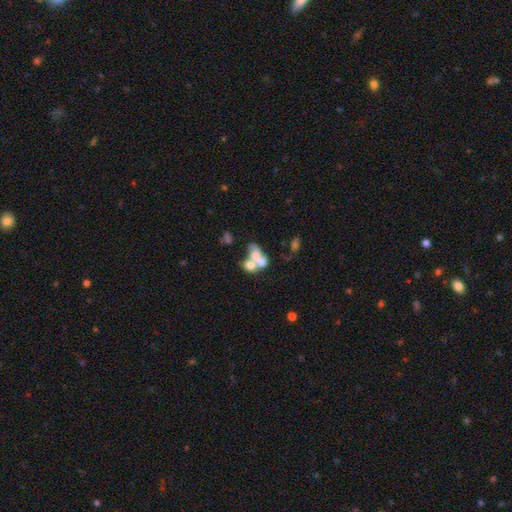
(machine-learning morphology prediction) Overall: smooth (47%; featured or disk 39%). Merging: merger (67%).